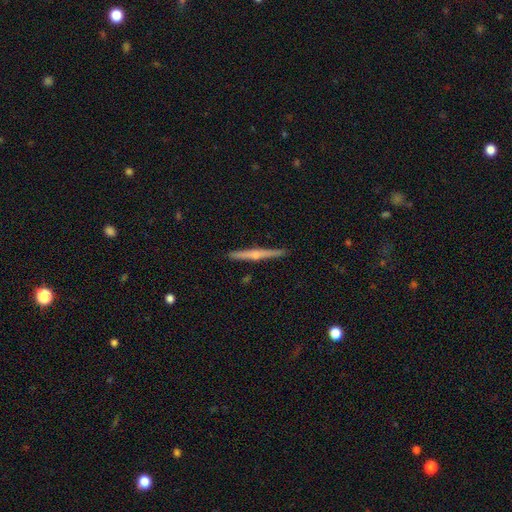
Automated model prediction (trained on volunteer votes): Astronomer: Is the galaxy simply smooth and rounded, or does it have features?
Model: featured or disk — 72%.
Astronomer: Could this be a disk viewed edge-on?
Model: yes — 98%.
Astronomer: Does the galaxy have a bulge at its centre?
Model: rounded — 82%.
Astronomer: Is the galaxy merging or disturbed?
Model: none — 91%.